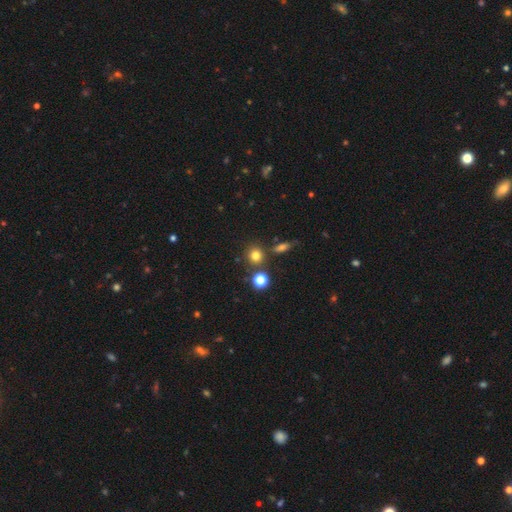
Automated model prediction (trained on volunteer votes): Overall: smooth (77%). How rounded: round (87%). Merging: none (76%).